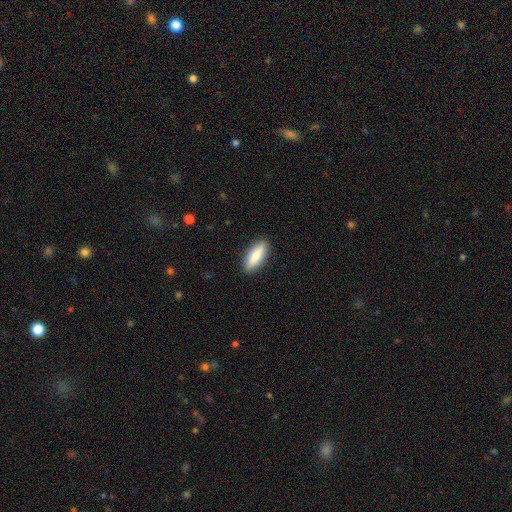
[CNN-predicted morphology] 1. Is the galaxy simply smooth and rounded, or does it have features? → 83% smooth, 12% featured or disk, 6% star or artifact.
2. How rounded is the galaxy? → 56% in between, 42% cigar-shaped, 2% round.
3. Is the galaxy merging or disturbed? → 90% none, 8% minor disturbance, 2% major disturbance, 1% merger.